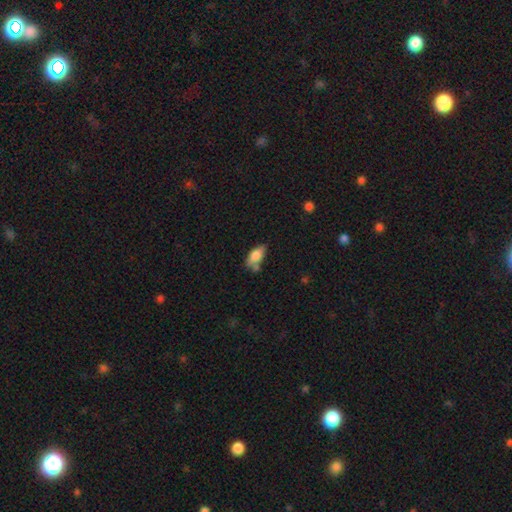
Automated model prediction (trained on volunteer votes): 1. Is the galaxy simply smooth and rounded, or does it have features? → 74% smooth, 18% featured or disk, 7% star or artifact.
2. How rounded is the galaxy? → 84% in between, 12% cigar-shaped, 3% round.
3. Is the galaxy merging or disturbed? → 55% none, 24% minor disturbance, 15% merger, 6% major disturbance.